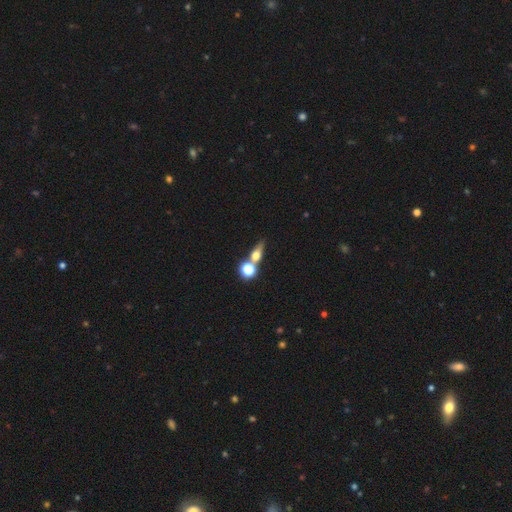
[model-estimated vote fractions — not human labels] The model was most divided on "how rounded": round: 37%, in between: 35%, cigar-shaped: 28%. More confident: smooth or featured — smooth (54%); merging — none (50%).